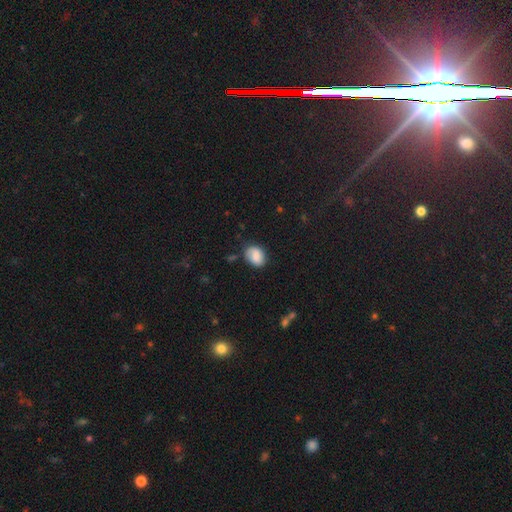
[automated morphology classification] A smooth galaxy with no disk features (77%) that is in between round and cigar-shaped (64%). Merging: none (70%).